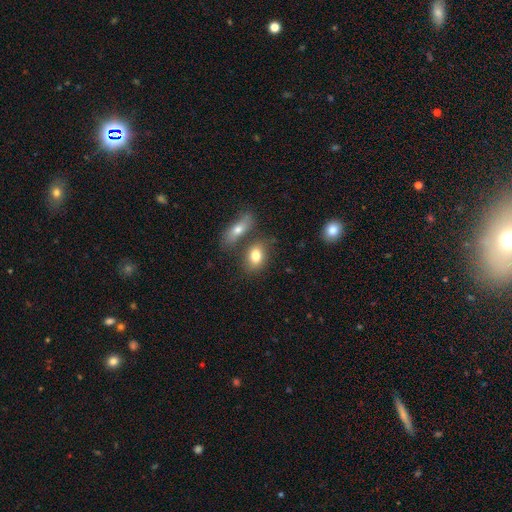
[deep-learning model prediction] The model was most divided on "merging": none: 58%, merger: 26%, minor disturbance: 12%, major disturbance: 4%. More confident: smooth or featured — smooth (79%); how rounded — in between (77%).